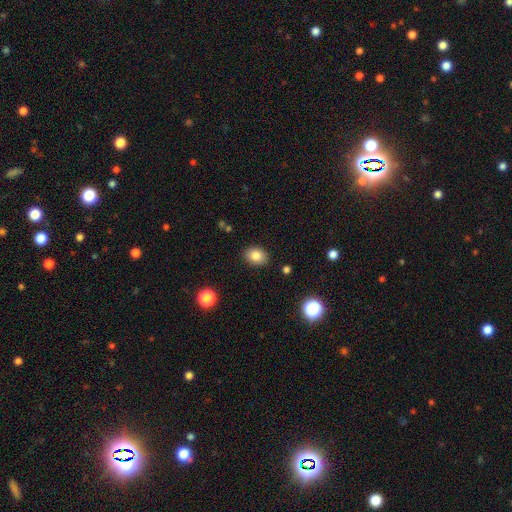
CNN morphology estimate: Smooth or featured?
  - smooth: 82% *
  - star or artifact: 10%
  - featured or disk: 8%
How rounded?
  - in between: 63% *
  - round: 36%
  - cigar-shaped: 1%
Merging?
  - none: 88% *
  - minor disturbance: 9%
  - major disturbance: 2%
  - merger: 1%